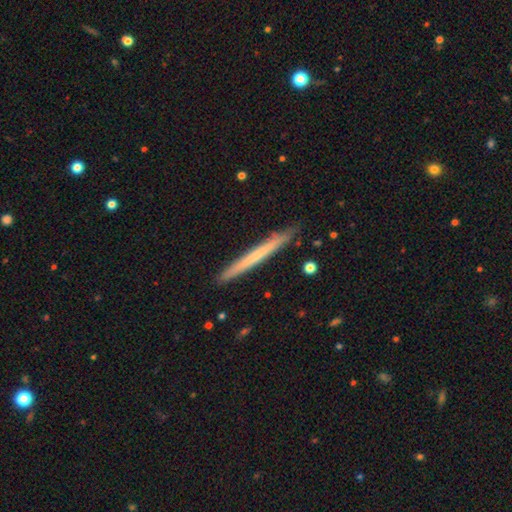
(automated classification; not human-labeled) smooth-or-featured: smooth: 52% | featured or disk: 43% | star or artifact: 6%
  how-rounded: cigar-shaped: 97% | in between: 2% | round: 1%
  merging: none: 89% | minor disturbance: 8% | major disturbance: 1% | merger: 1%